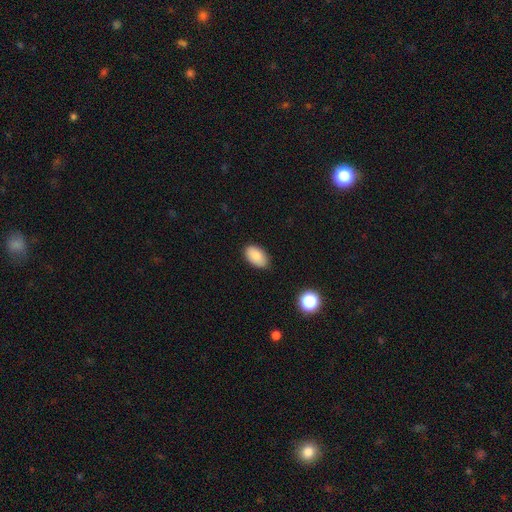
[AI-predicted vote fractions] A smooth galaxy with no disk features (86%) that is in between round and cigar-shaped (93%). Merging: none (85%).